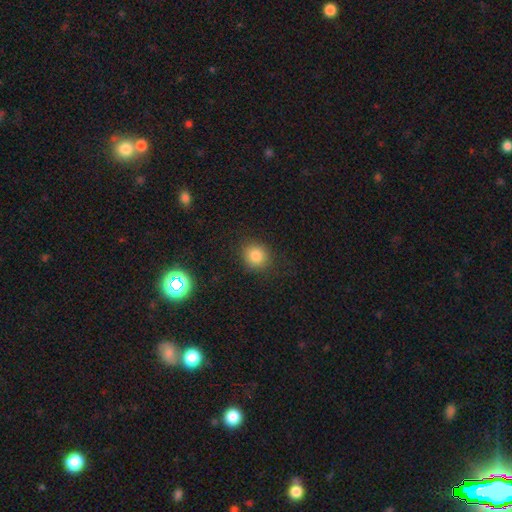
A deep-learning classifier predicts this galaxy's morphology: A smooth galaxy with no disk features (84%) that is round (83%). Merging: none (85%).